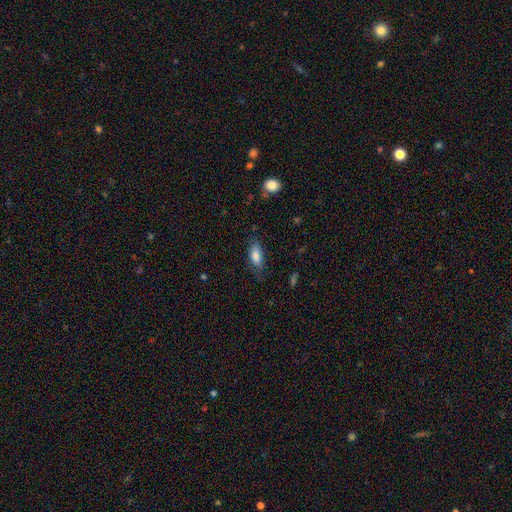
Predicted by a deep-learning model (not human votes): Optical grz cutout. It shows a smooth galaxy with no disk features (82%) that is in between round and cigar-shaped (83%). Merging: none (69%).